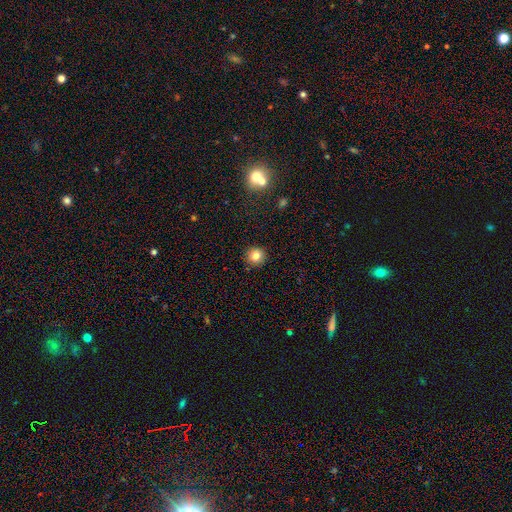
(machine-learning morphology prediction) Smooth or featured? Predicted: smooth (p=0.81). How rounded? Predicted: round (p=0.94). Merging? Predicted: none (p=0.92).